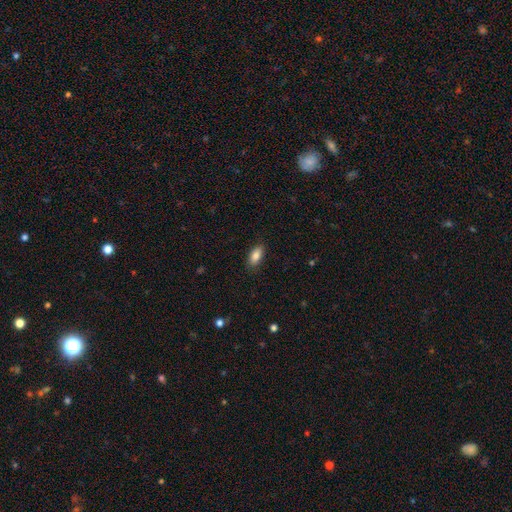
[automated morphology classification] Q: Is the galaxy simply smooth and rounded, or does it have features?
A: smooth — 86%.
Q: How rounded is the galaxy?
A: in between — 89%.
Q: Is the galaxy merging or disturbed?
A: none — 87%.